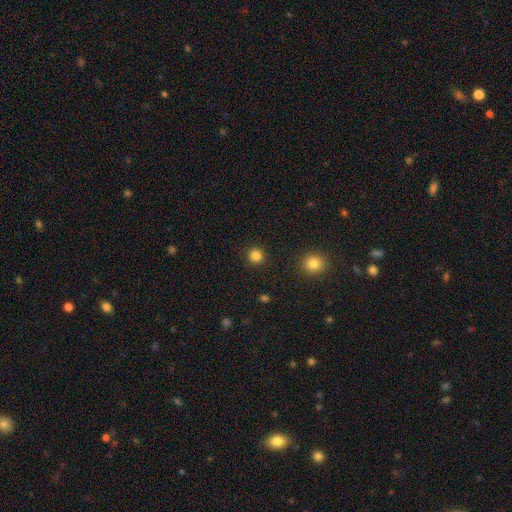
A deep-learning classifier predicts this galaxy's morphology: This appears to be a smooth galaxy with no disk features (83%) that is round (94%). Merging: none (91%).